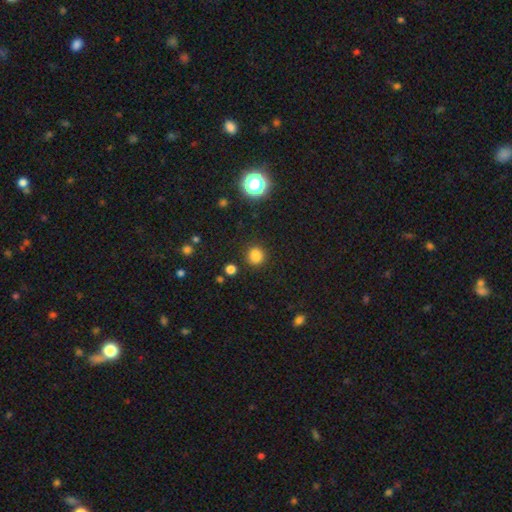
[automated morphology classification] Smooth or featured: smooth — 81% (star or artifact — 15%)
How rounded: round — 83% (in between — 16%)
Merging: none — 86% (minor disturbance — 9%)